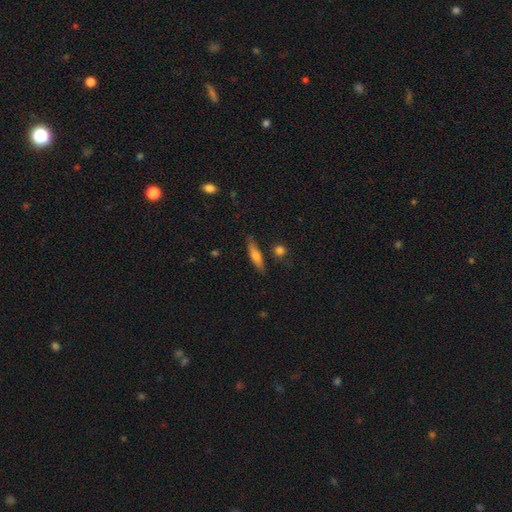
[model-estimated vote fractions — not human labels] smooth-or-featured: smooth: 63% | featured or disk: 30% | star or artifact: 7%
  how-rounded: cigar-shaped: 73% | in between: 24% | round: 2%
  merging: none: 80% | minor disturbance: 14% | merger: 4% | major disturbance: 3%